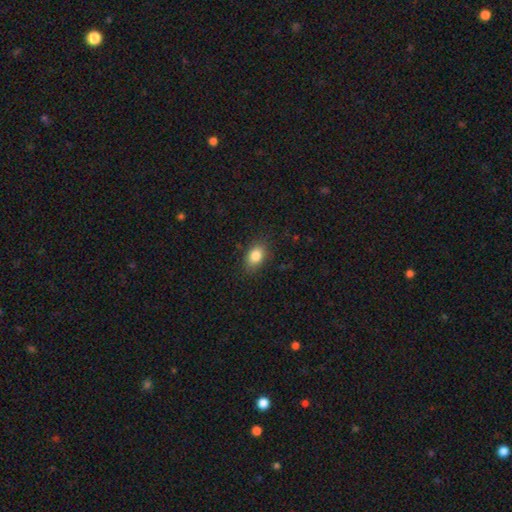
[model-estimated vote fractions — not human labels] The model was most divided on "how rounded": in between: 80%, round: 19%, cigar-shaped: 2%. More confident: smooth or featured — smooth (84%); merging — none (84%).